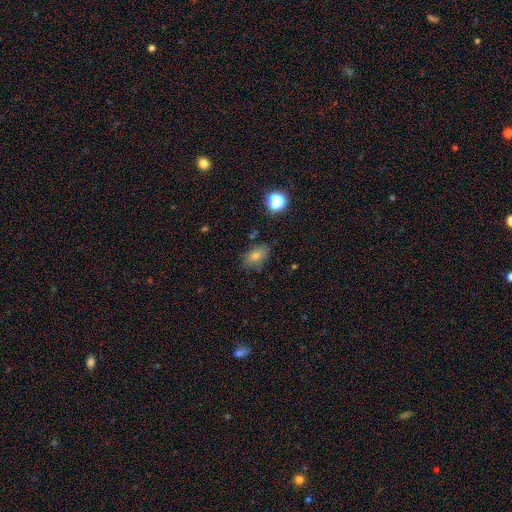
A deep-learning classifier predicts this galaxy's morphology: smooth_or_featured: smooth (p=0.68) [alt: star or artifact p=0.17]
how_rounded: in between (p=0.79) [alt: round p=0.19]
merging: none (p=0.79) [alt: minor disturbance p=0.15]